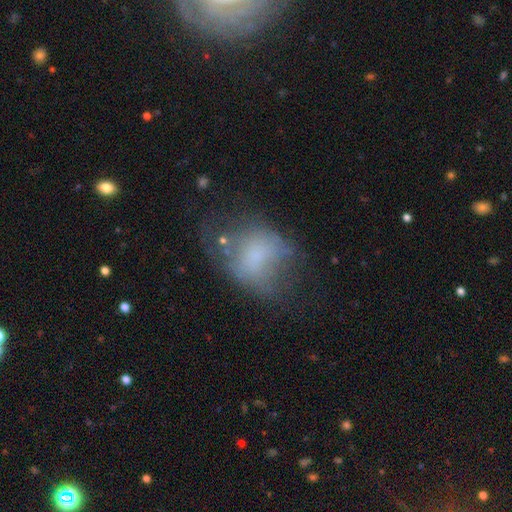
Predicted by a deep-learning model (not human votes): Smooth or featured?
  - smooth: 51% *
  - featured or disk: 36%
  - star or artifact: 13%
How rounded?
  - in between: 63% *
  - round: 35%
  - cigar-shaped: 1%
Merging?
  - none: 35% *
  - major disturbance: 32%
  - minor disturbance: 28%
  - merger: 5%